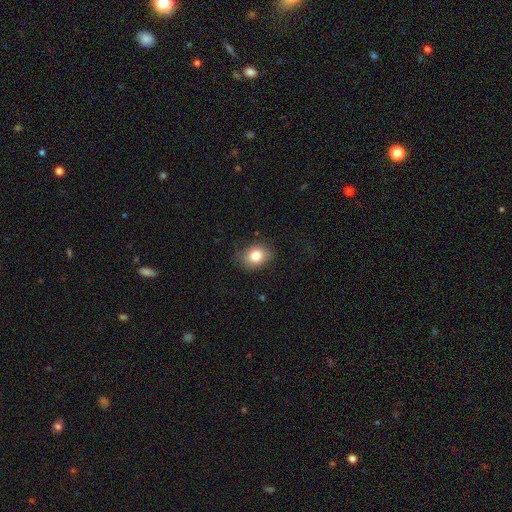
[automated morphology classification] Smooth or featured: smooth — 81% (featured or disk — 10%)
How rounded: in between — 59% (round — 40%)
Merging: none — 81% (minor disturbance — 15%)